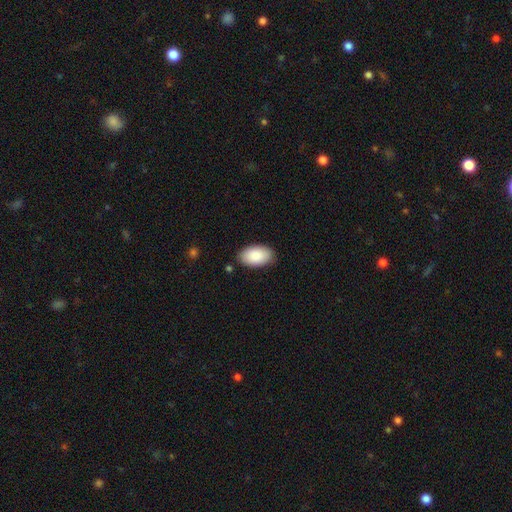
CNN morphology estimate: This is clearly a smooth galaxy (89%). How rounded: clearly in between (95%). Merging: clearly none (85%).